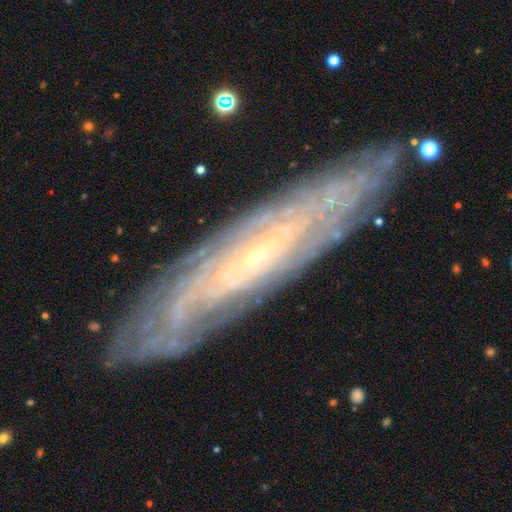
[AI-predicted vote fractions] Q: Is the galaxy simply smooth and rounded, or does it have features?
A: featured or disk — 83%.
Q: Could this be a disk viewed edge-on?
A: no — 67%.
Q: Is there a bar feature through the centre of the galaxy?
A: no — 58%.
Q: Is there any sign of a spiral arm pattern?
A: yes — 92%.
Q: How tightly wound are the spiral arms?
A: tight — 76%.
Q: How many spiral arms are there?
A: can't tell — 56%.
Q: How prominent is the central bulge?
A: small — 85%.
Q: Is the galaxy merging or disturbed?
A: none — 84%.